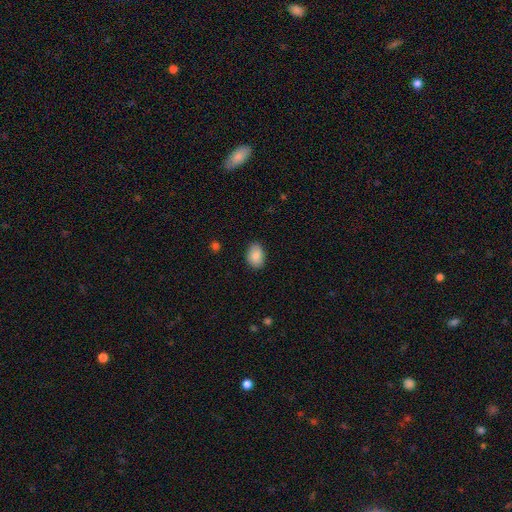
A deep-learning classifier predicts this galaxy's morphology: Smooth or featured?
  - smooth: 87% *
  - star or artifact: 7%
  - featured or disk: 6%
How rounded?
  - in between: 80% *
  - round: 19%
  - cigar-shaped: 1%
Merging?
  - none: 84% *
  - minor disturbance: 12%
  - major disturbance: 2%
  - merger: 1%